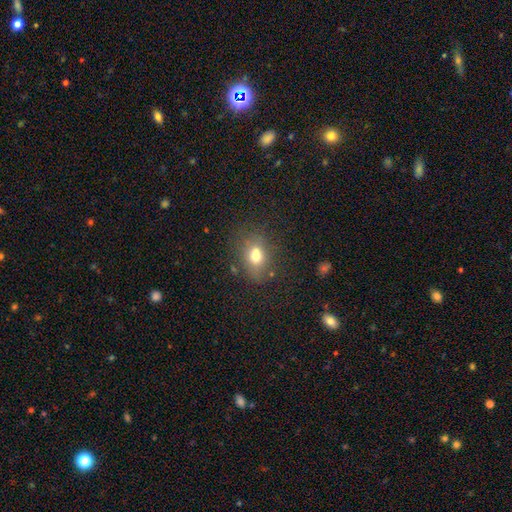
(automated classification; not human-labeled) smooth_or_featured: smooth (p=0.69) [alt: featured or disk p=0.17]
how_rounded: in between (p=0.64) [alt: round p=0.34]
merging: none (p=0.58) [alt: minor disturbance p=0.19]